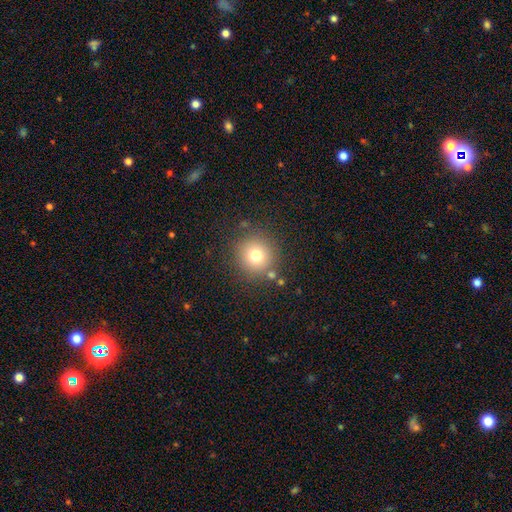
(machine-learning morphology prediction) The model was most divided on "smooth or featured": smooth: 75%, star or artifact: 14%, featured or disk: 11%. More confident: how rounded — round (94%); merging — none (83%).